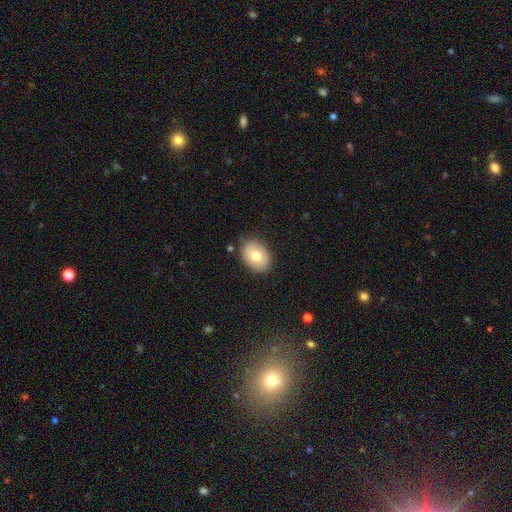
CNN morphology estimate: smooth 72%, featured or disk 21%, star or artifact 8%. Down the decision tree: how rounded — in between (75%); merging — none (85%).